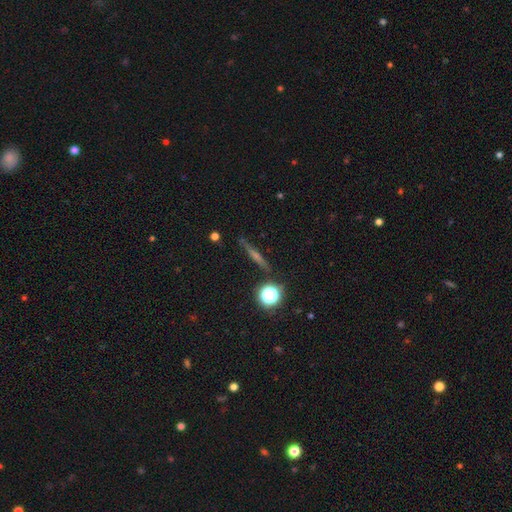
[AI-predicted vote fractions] Q: Smooth or featured?
A: featured or disk (57%); runner-up: smooth (26%)
Q: Edge-on disk?
A: yes (95%); runner-up: no (5%)
Q: Edge-on bulge?
A: rounded (63%); runner-up: none (27%)
Q: Merging?
A: none (88%); runner-up: minor disturbance (7%)